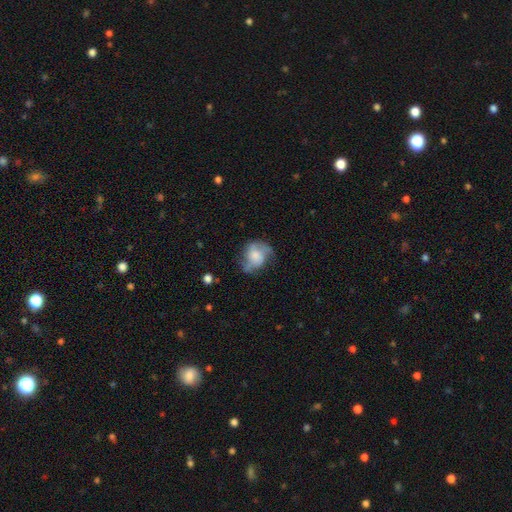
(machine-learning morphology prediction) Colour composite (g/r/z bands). It shows a featured or disk galaxy (54%) with no bar (69%), spiral arms (80%) and a moderate central bulge (33%). Merging: none (49%).